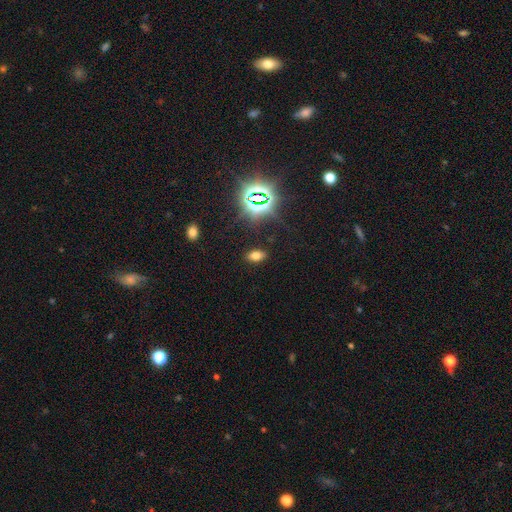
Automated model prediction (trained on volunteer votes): Smooth or featured?
  - smooth: 62% *
  - star or artifact: 28%
  - featured or disk: 11%
How rounded?
  - in between: 88% *
  - round: 8%
  - cigar-shaped: 4%
Merging?
  - none: 87% *
  - minor disturbance: 8%
  - major disturbance: 3%
  - merger: 2%